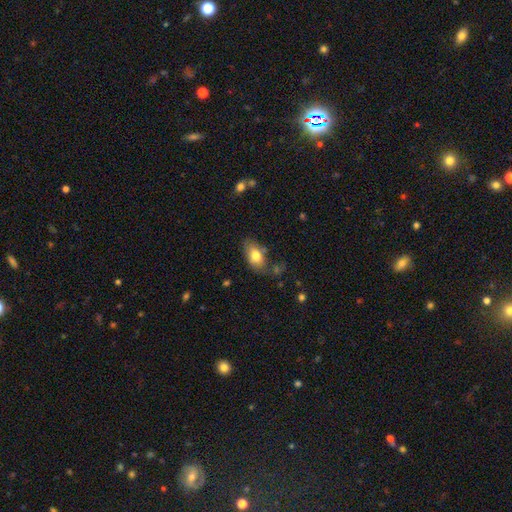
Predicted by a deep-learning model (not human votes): Morphology: type=smooth (78%); roundness=in between (91%); merging=none (60%).